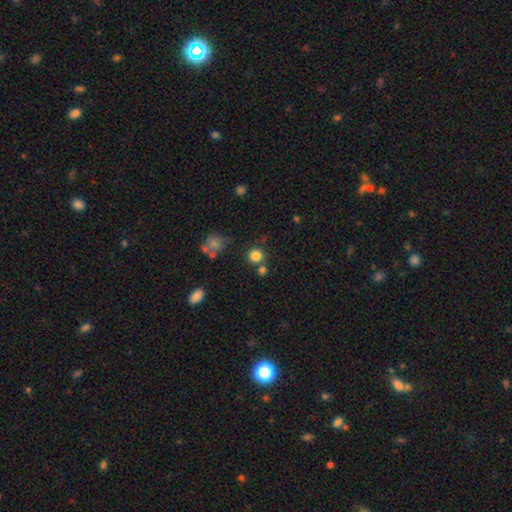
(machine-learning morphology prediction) smooth 81%, star or artifact 13%, featured or disk 6%. Down the decision tree: how rounded — round (91%); merging — none (72%).